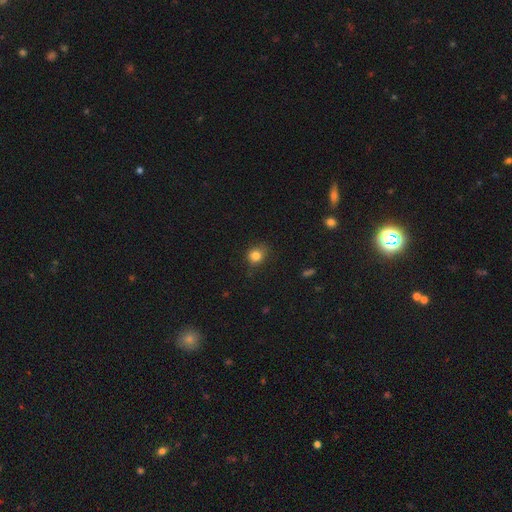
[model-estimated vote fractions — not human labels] Smooth or featured? smooth (83%)
How rounded? round (75%)
Merging? none (71%)